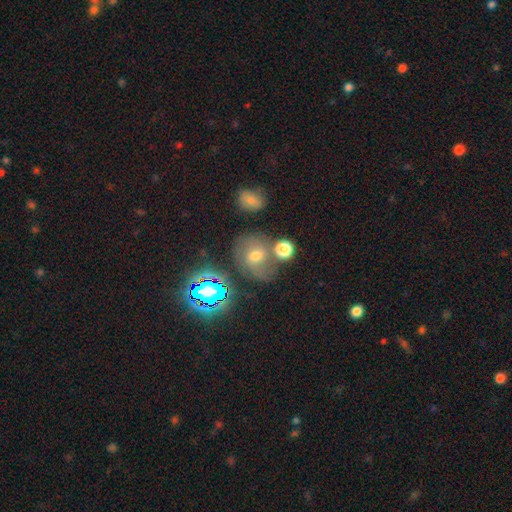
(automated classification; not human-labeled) Morphology: type=smooth (41%); merging=none (57%).